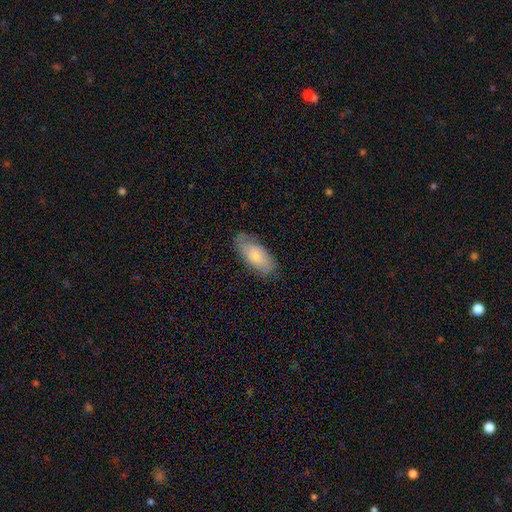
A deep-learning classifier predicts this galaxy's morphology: smooth-or-featured: smooth: 72% | featured or disk: 22% | star or artifact: 6%
  how-rounded: in between: 88% | cigar-shaped: 10% | round: 2%
  merging: none: 76% | minor disturbance: 19% | major disturbance: 4% | merger: 1%